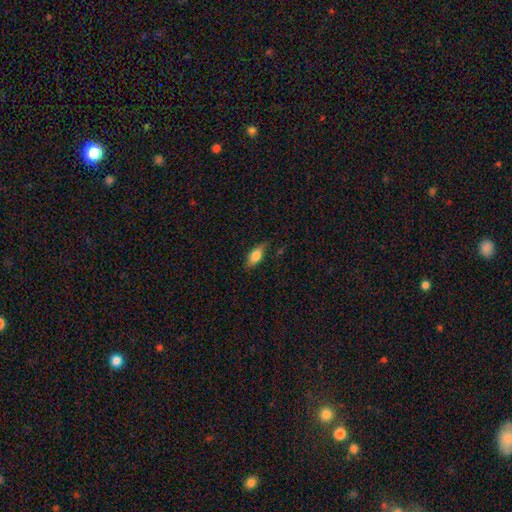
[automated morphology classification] Smooth or featured? smooth (74%)
How rounded? in between (81%)
Merging? none (73%)